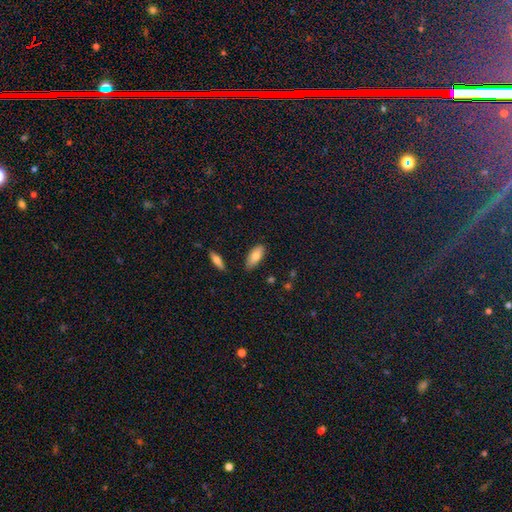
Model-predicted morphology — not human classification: A smooth galaxy with no disk features (80%) that is in between round and cigar-shaped (79%).

Vote fractions:
- Smooth or featured? smooth: 80% / featured or disk: 14% / star or artifact: 7%
- How rounded? in between: 79% / cigar-shaped: 19% / round: 2%
- Merging? none: 80% / minor disturbance: 15% / merger: 3% / major disturbance: 3%